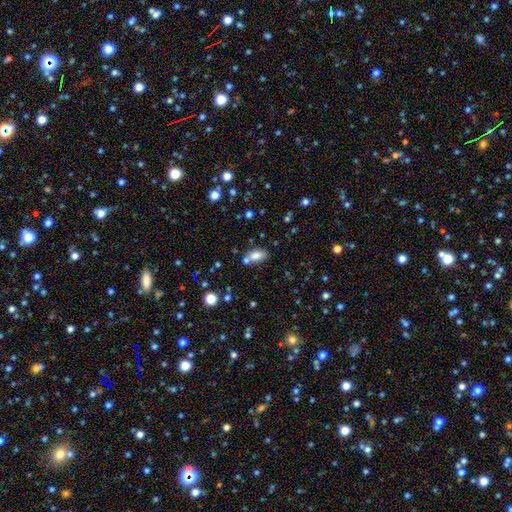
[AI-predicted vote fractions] smooth_or_featured: smooth (p=0.80) [alt: featured or disk p=0.10]
how_rounded: in between (p=0.89) [alt: round p=0.06]
merging: none (p=0.59) [alt: merger p=0.23]